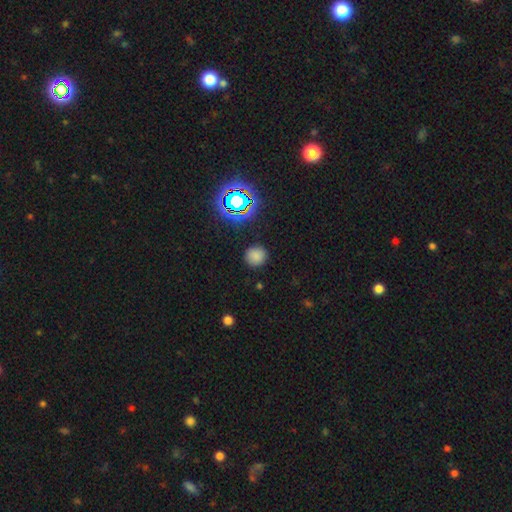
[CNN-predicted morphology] The model was most divided on "smooth or featured": smooth: 76%, star or artifact: 19%, featured or disk: 6%. More confident: how rounded — round (89%); merging — none (87%).